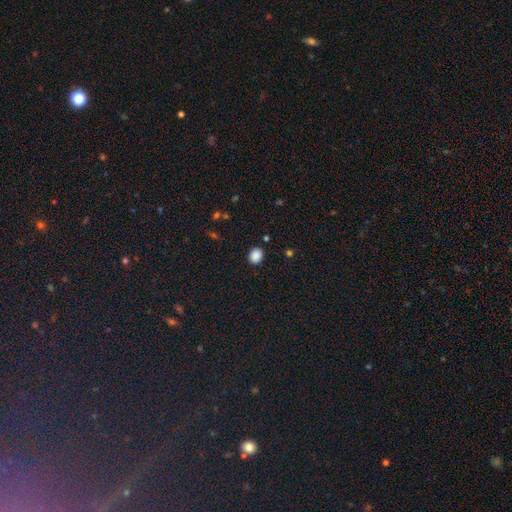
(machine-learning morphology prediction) smooth 87%, star or artifact 10%, featured or disk 3%. Down the decision tree: how rounded — round (60%); merging — none (88%).